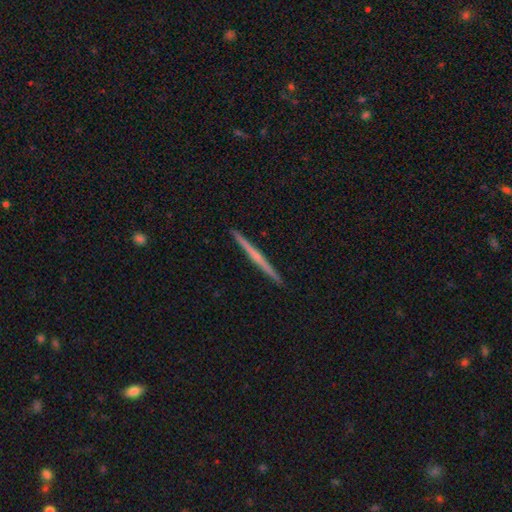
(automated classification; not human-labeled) A featured or disk galaxy (60%) viewed edge-on (98%) with no central bulge (75%).

Vote fractions:
- Smooth or featured? featured or disk: 60% / smooth: 35% / star or artifact: 5%
- Edge-on disk? yes: 98% / no: 2%
- Edge-on bulge? none: 75% / rounded: 20% / boxy: 5%
- Merging? none: 94% / minor disturbance: 4% / major disturbance: 1% / merger: 1%